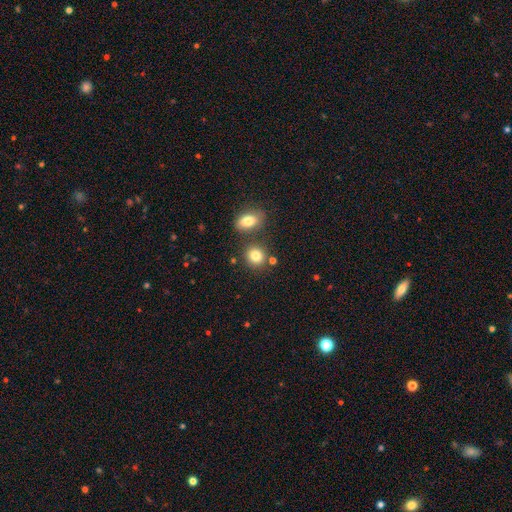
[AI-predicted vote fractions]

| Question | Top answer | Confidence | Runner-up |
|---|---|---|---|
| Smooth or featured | smooth | 81% | star or artifact (11%) |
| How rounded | round | 75% | in between (24%) |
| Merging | none | 72% | merger (15%) |